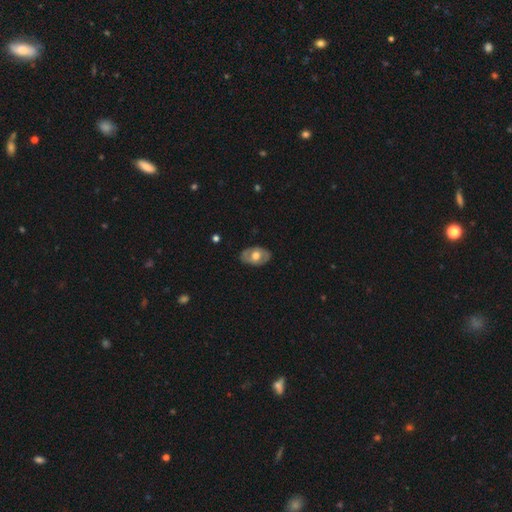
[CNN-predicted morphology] A smooth galaxy with no disk features (47%, tied with featured or disk). Merging: none (82%).